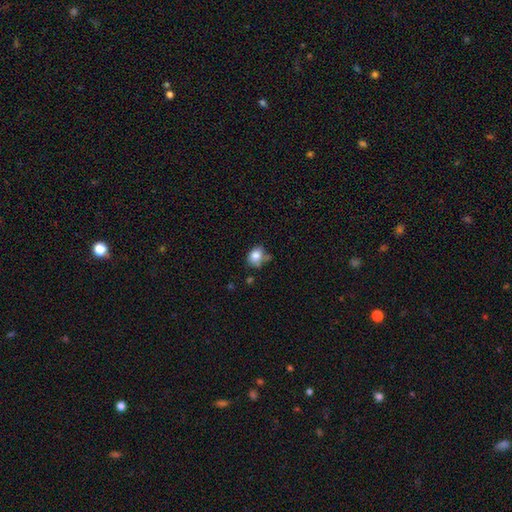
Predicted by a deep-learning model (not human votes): smooth_or_featured: smooth (p=0.81) [alt: star or artifact p=0.10]
how_rounded: round (p=0.53) [alt: in between p=0.46]
merging: none (p=0.53) [alt: minor disturbance p=0.27]